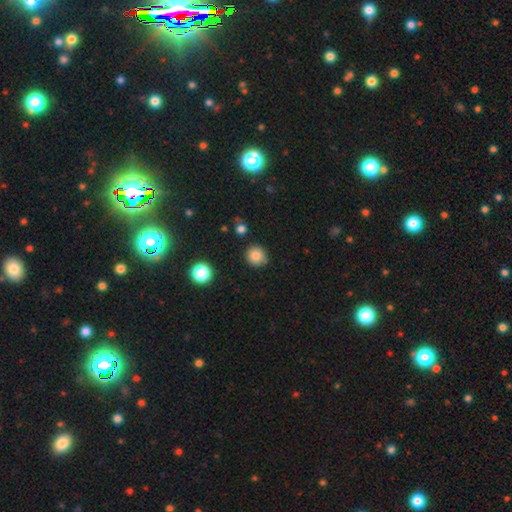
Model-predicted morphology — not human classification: Smooth or featured? smooth (83%)
How rounded? round (91%)
Merging? none (82%)